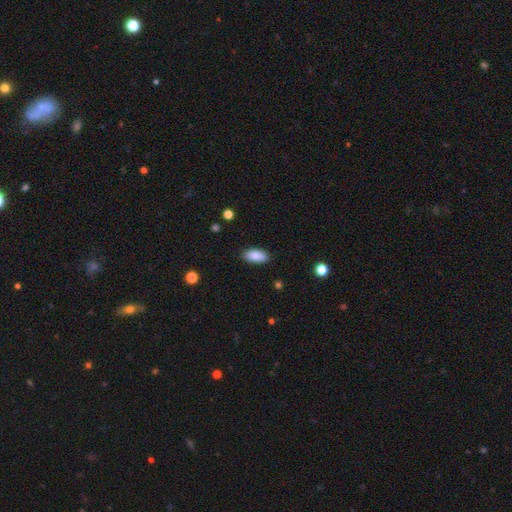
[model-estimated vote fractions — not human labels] Smooth or featured: smooth — 88% (star or artifact — 7%)
How rounded: in between — 91% (cigar-shaped — 7%)
Merging: none — 86% (minor disturbance — 11%)